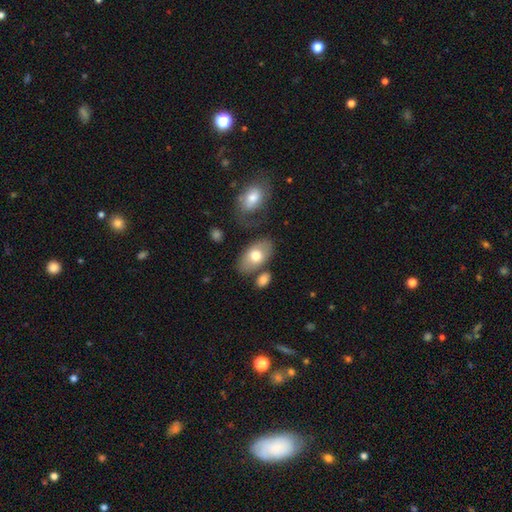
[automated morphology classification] Q: Smooth or featured?
A: smooth (71%); runner-up: featured or disk (23%)
Q: How rounded?
A: in between (92%); runner-up: round (6%)
Q: Merging?
A: none (66%); runner-up: minor disturbance (15%)